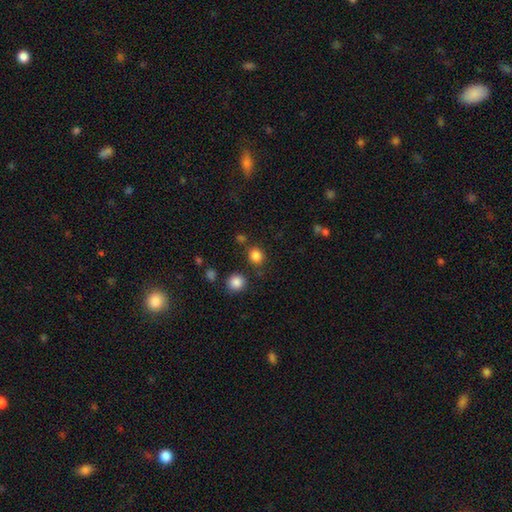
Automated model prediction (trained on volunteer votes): Q: Smooth or featured?
A: smooth (83%); runner-up: star or artifact (13%)
Q: How rounded?
A: round (78%); runner-up: in between (21%)
Q: Merging?
A: none (80%); runner-up: minor disturbance (9%)